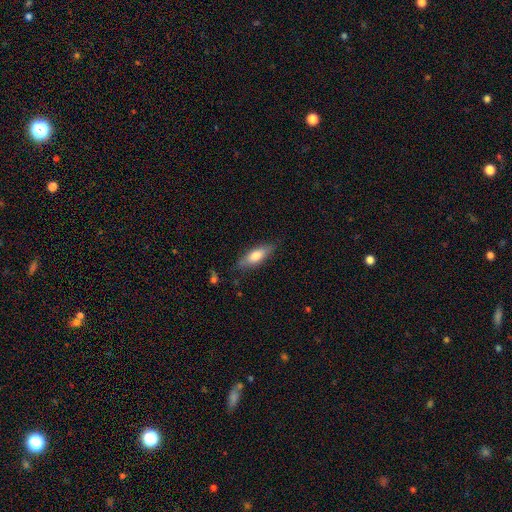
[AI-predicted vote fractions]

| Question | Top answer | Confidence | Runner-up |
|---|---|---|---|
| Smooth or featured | smooth | 72% | featured or disk (22%) |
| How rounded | in between | 60% | cigar-shaped (38%) |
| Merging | none | 81% | minor disturbance (15%) |